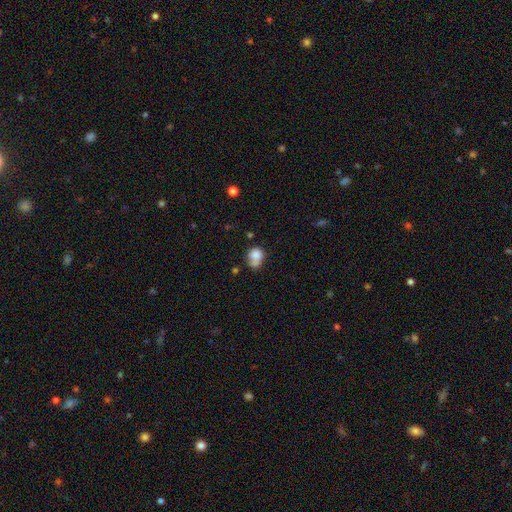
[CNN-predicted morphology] smooth 79%, featured or disk 12%, star or artifact 10%. Down the decision tree: how rounded — round (71%); merging — none (37%).